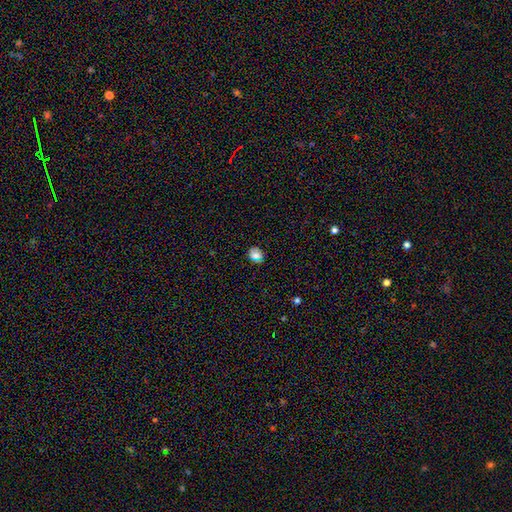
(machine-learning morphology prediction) Smooth or featured? Predicted: smooth (p=0.70). How rounded? Predicted: round (p=0.63). Merging? Predicted: none (p=0.85).